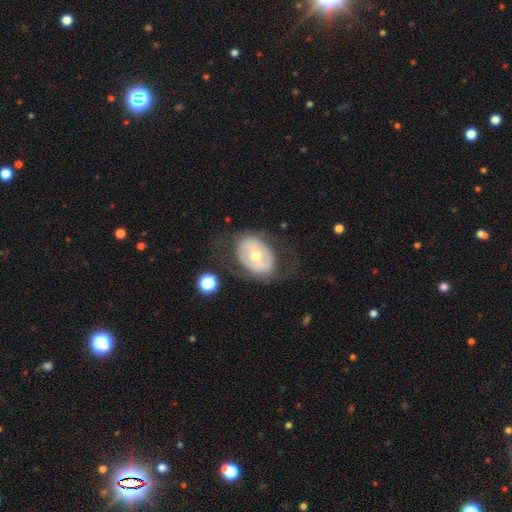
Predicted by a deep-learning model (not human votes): Morphology: type=featured or disk (55%); edge-on=no (93%); bar=no (66%); spiral arms=no (79%); bulge=moderate (61%); merging=none (67%).